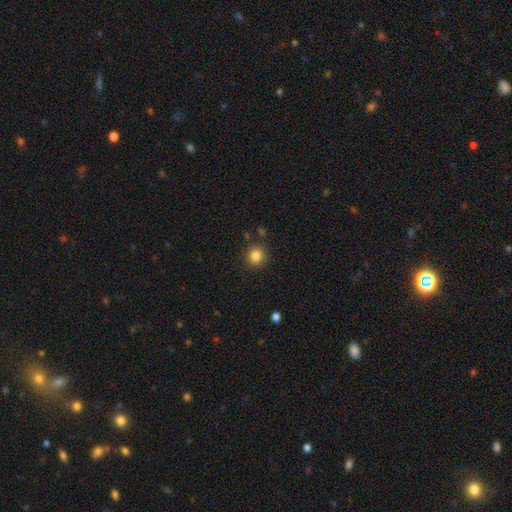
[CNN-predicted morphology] Overall: smooth (83%). How rounded: round (88%). Merging: none (86%).